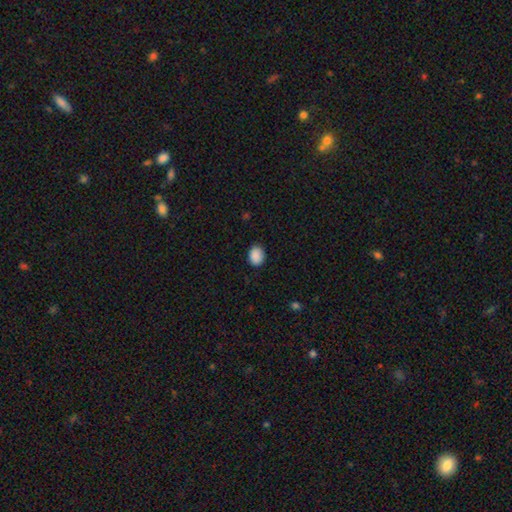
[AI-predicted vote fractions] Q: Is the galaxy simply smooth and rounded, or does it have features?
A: smooth — 90%.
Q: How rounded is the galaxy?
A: in between — 59%.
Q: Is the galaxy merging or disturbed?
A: none — 87%.